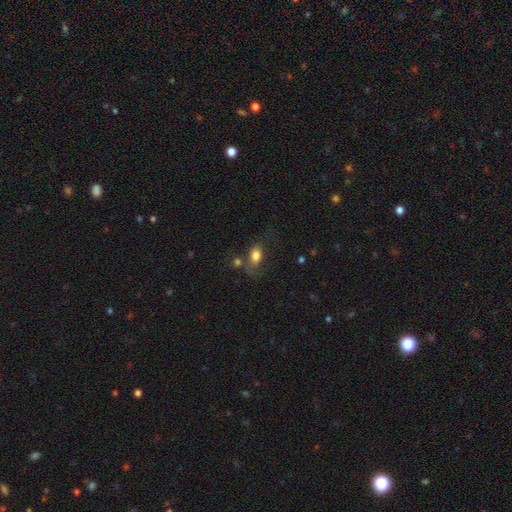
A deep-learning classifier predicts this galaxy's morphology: Smooth or featured? smooth (77%)
How rounded? in between (80%)
Merging? none (43%)